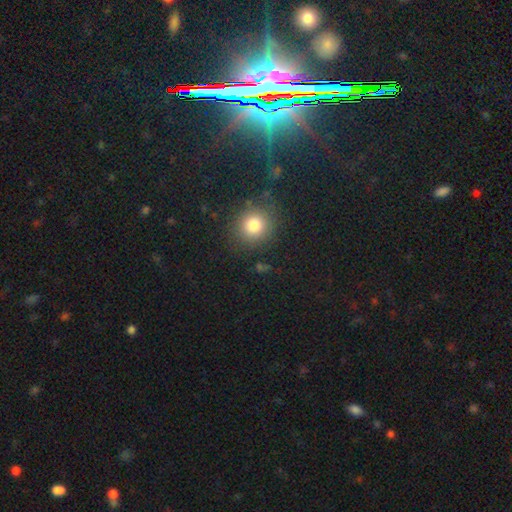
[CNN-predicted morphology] smooth-or-featured: star or artifact: 58% | smooth: 30% | featured or disk: 13%